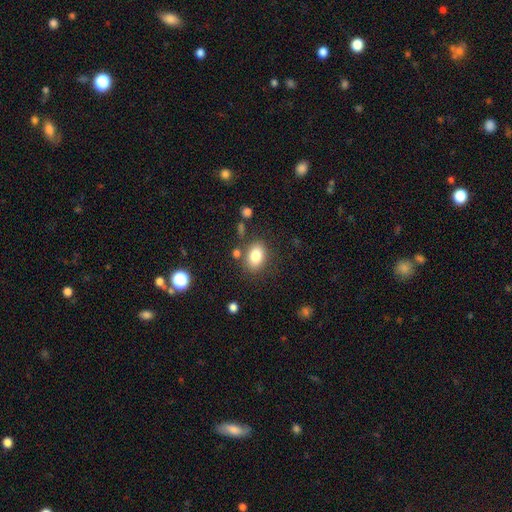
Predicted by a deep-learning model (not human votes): Smooth or featured? Predicted: smooth (p=0.82). How rounded? Predicted: in between (p=0.74). Merging? Predicted: none (p=0.77).